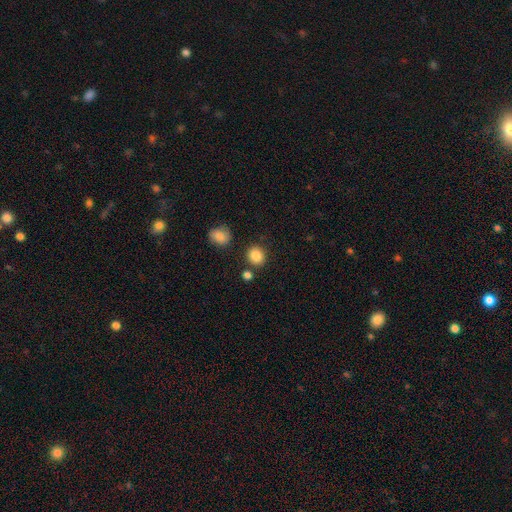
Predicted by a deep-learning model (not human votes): Morphology: type=smooth (86%); roundness=round (78%); merging=none (82%).